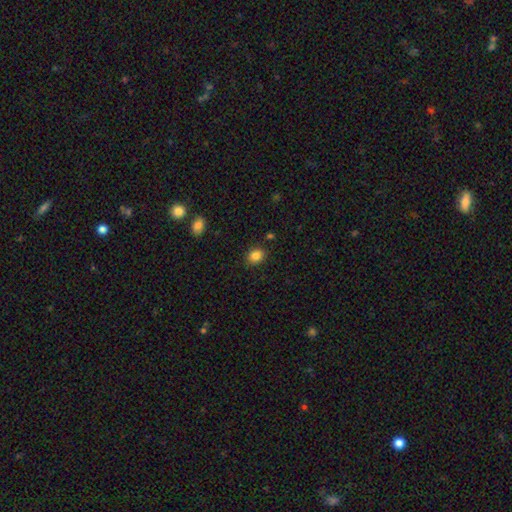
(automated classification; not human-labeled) A smooth galaxy with no disk features (85%) that is round (55%). Merging: none (87%).